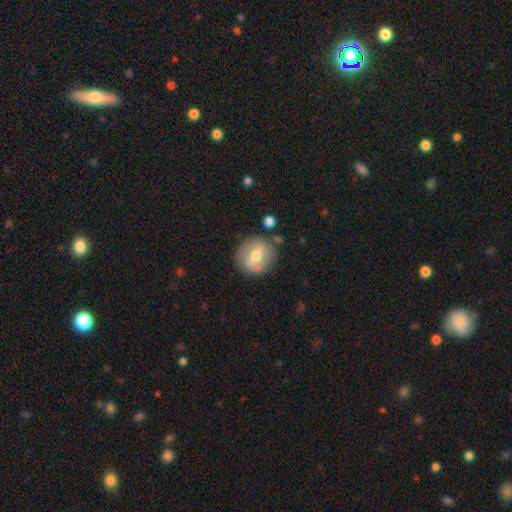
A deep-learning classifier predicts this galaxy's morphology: Smooth or featured?
  - featured or disk: 47% *
  - smooth: 46%
  - star or artifact: 8%
Merging?
  - none: 81% *
  - minor disturbance: 12%
  - major disturbance: 4%
  - merger: 4%